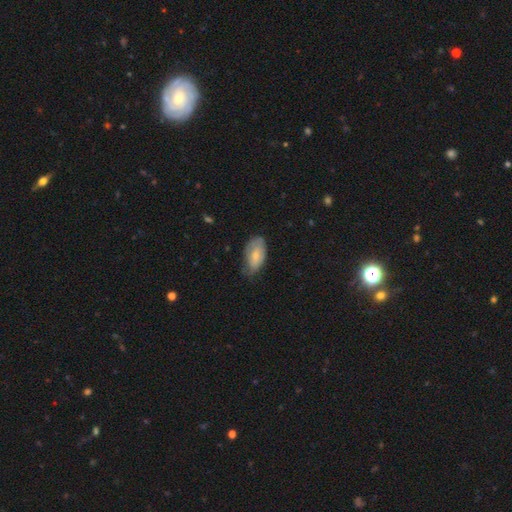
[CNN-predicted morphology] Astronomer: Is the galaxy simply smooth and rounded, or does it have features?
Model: smooth — 68%.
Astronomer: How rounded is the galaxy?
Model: in between — 93%.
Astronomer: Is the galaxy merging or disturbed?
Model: none — 52% (runner-up: minor disturbance, 36%).